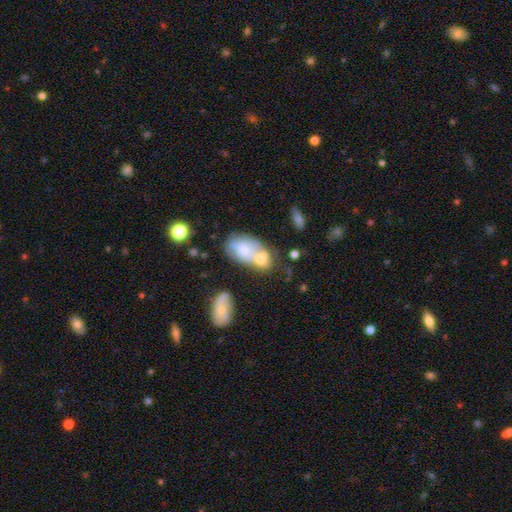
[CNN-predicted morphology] smooth-or-featured: smooth: 54% | featured or disk: 35% | star or artifact: 11%
  how-rounded: in between: 83% | round: 15% | cigar-shaped: 3%
  merging: merger: 56% | none: 24% | minor disturbance: 13% | major disturbance: 7%